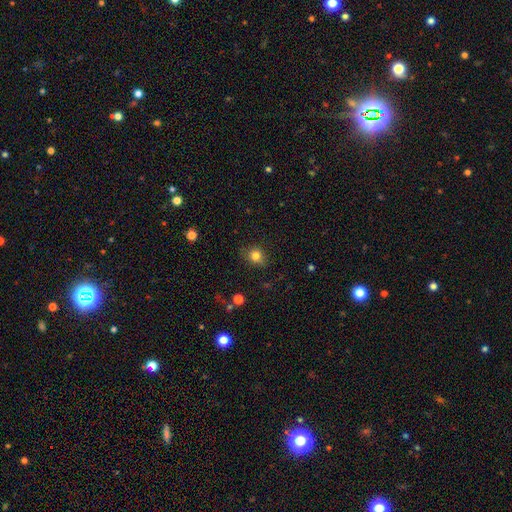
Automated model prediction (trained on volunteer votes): Overall: smooth (81%). How rounded: round (60%; in between 38%). Merging: none (81%).